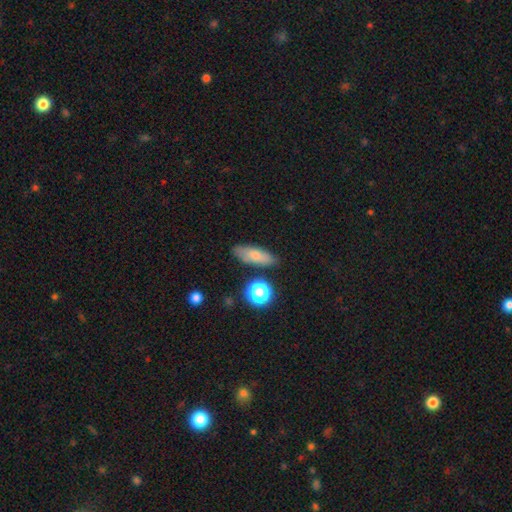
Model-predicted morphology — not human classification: Overall: smooth (73%). How rounded: in between (63%; cigar-shaped 30%). Merging: none (77%).